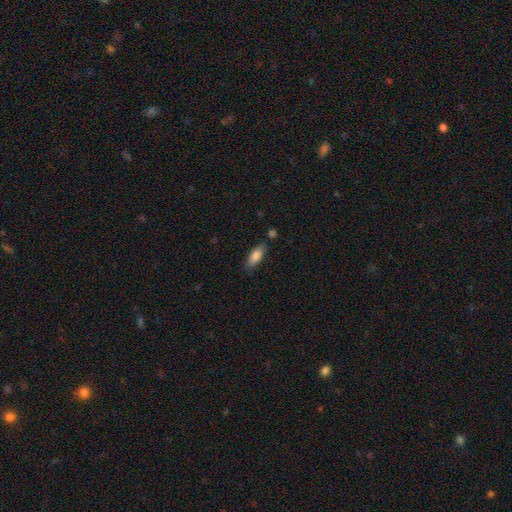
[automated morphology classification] smooth_or_featured: smooth (p=0.81) [alt: featured or disk p=0.12]
how_rounded: in between (p=0.70) [alt: cigar-shaped p=0.28]
merging: none (p=0.75) [alt: minor disturbance p=0.15]